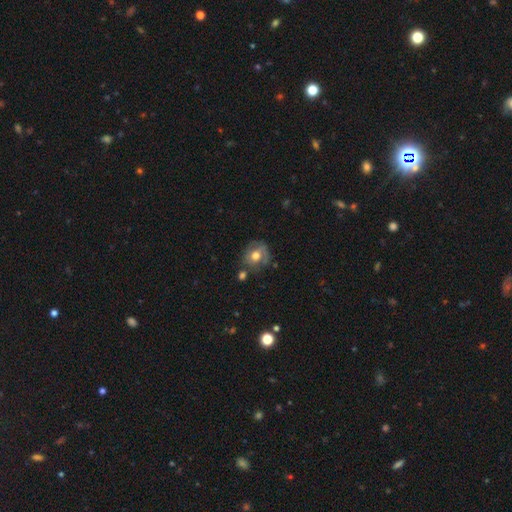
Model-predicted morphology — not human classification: Overall: smooth (59%; featured or disk 32%). How rounded: round (69%; in between 30%). Merging: none (58%; minor disturbance 24%).